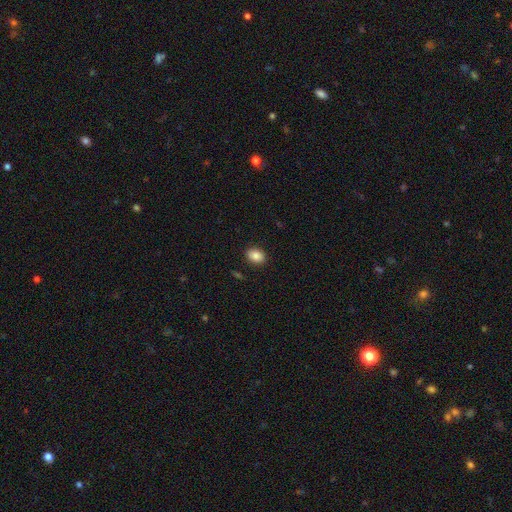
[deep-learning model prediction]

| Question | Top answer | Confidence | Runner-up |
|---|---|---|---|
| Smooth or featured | smooth | 86% | star or artifact (8%) |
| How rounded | in between | 70% | round (29%) |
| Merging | none | 89% | minor disturbance (8%) |